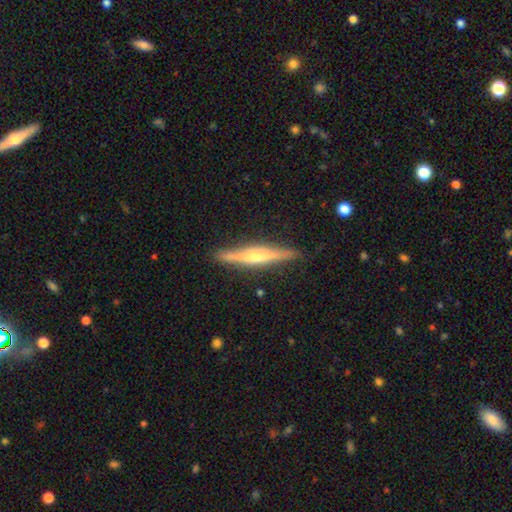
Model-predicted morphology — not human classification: smooth_or_featured: featured or disk (p=0.69) [alt: smooth p=0.26]
disk_edge_on: yes (p=0.97) [alt: no p=0.03]
edge_on_bulge: rounded (p=0.78) [alt: none p=0.13]
merging: none (p=0.88) [alt: minor disturbance p=0.09]